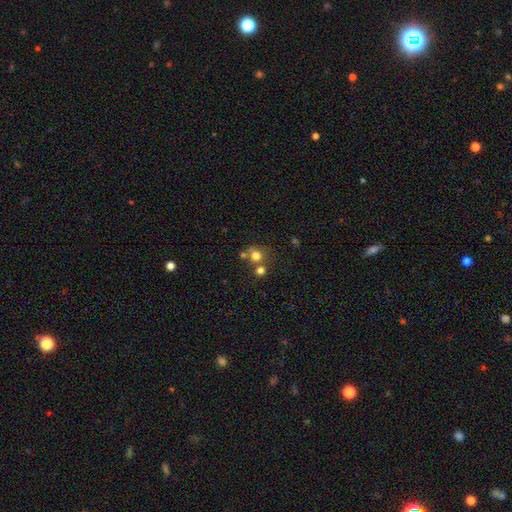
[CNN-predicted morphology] The model was most divided on "merging": none: 55%, merger: 31%, minor disturbance: 9%, major disturbance: 4%. More confident: how rounded — round (84%); smooth or featured — smooth (74%).